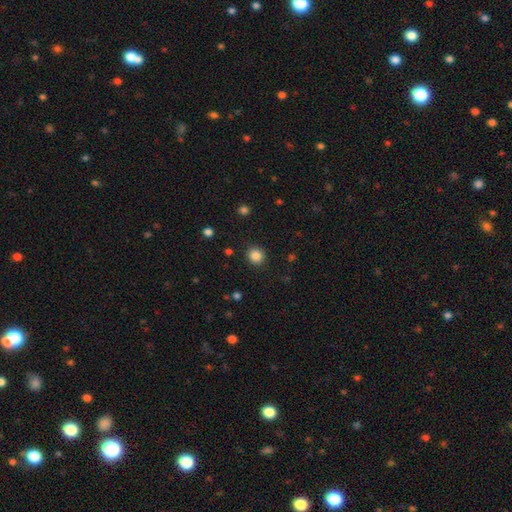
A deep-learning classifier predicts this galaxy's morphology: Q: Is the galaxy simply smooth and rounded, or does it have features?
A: smooth — 85%.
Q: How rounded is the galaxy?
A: round — 89%.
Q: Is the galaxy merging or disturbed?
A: none — 91%.